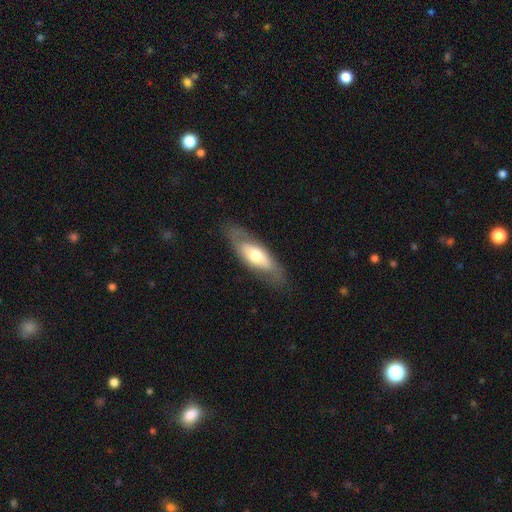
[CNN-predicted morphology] Smooth or featured: featured or disk — 48% (smooth — 47%)
Merging: none — 77% (minor disturbance — 16%)